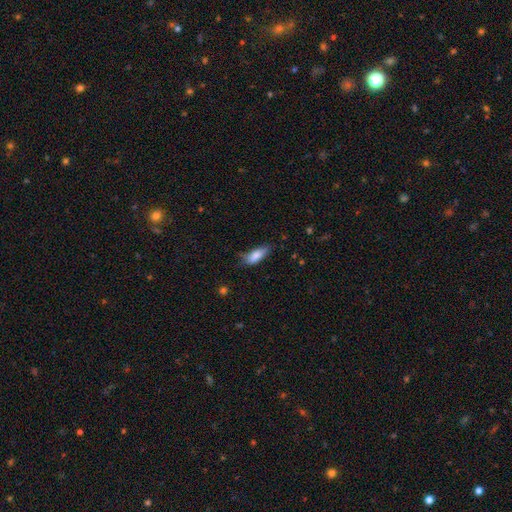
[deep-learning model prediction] Smooth or featured: smooth — 83% (featured or disk — 10%)
How rounded: in between — 68% (cigar-shaped — 30%)
Merging: none — 61% (minor disturbance — 30%)